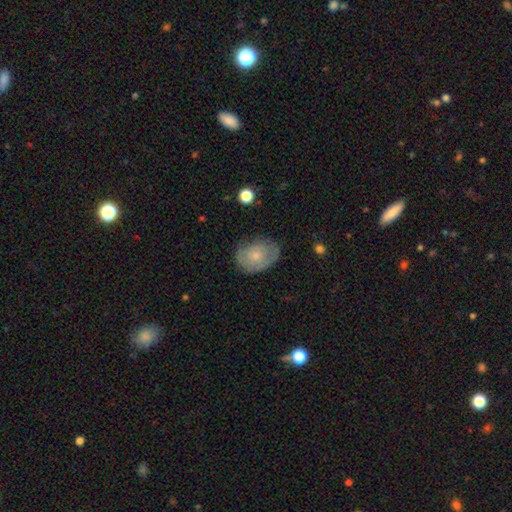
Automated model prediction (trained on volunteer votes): Overall: smooth (67%). How rounded: in between (72%). Merging: none (66%; minor disturbance 26%).